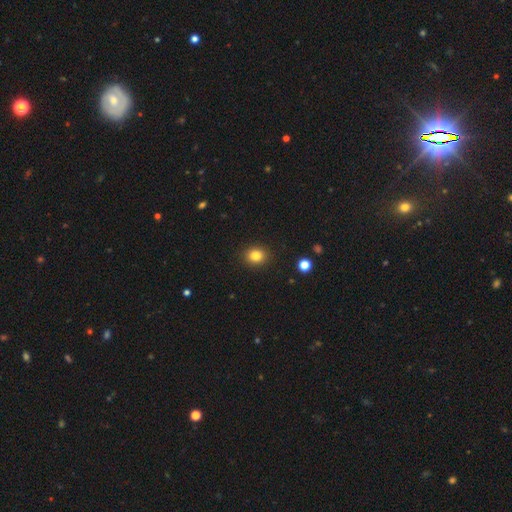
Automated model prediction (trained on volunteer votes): This is clearly a smooth galaxy (83%). How rounded: likely round (71%). Merging: clearly none (91%).